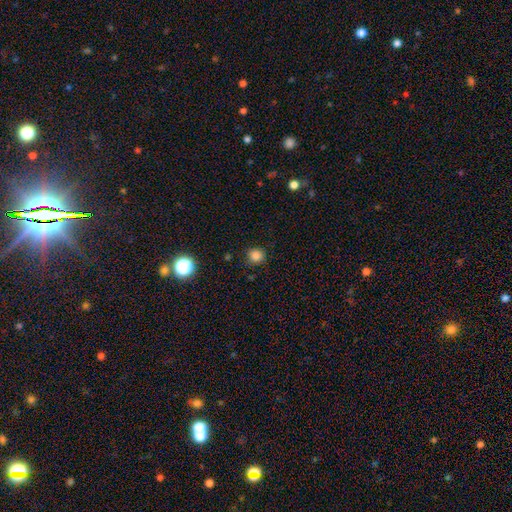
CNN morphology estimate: Overall: smooth (83%). How rounded: round (89%). Merging: none (85%).